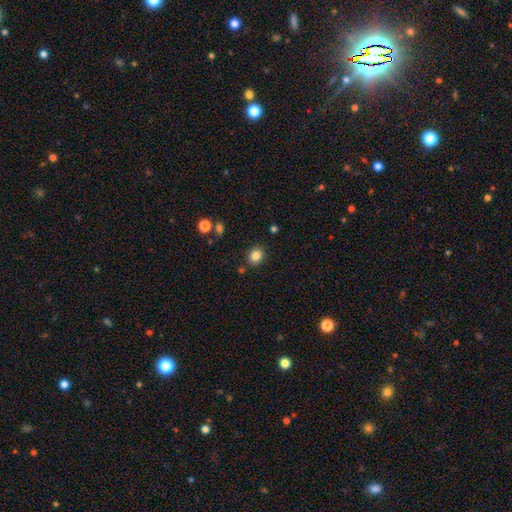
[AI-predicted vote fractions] This is clearly a smooth galaxy (84%). How rounded: likely round (72%). Merging: clearly none (87%).